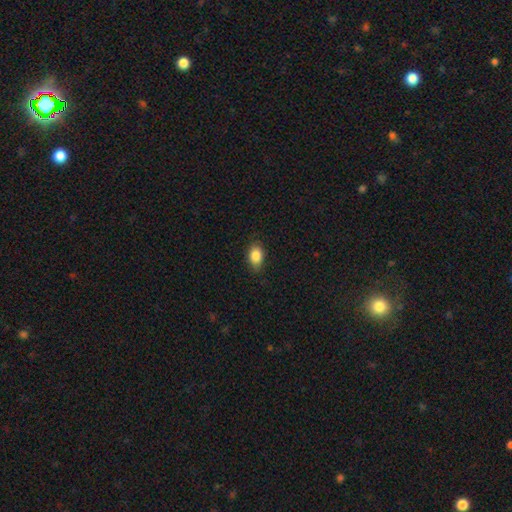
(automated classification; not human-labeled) smooth_or_featured: smooth (p=0.86) [alt: star or artifact p=0.08]
how_rounded: in between (p=0.83) [alt: round p=0.15]
merging: none (p=0.81) [alt: minor disturbance p=0.15]